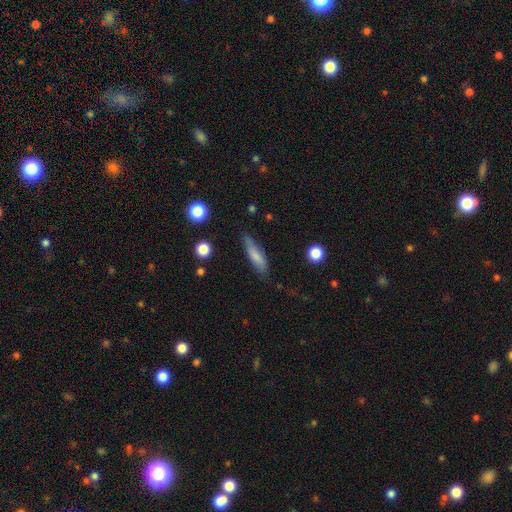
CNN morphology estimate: smooth 75%, featured or disk 18%, star or artifact 7%. Down the decision tree: how rounded — cigar-shaped (69%); merging — none (76%).